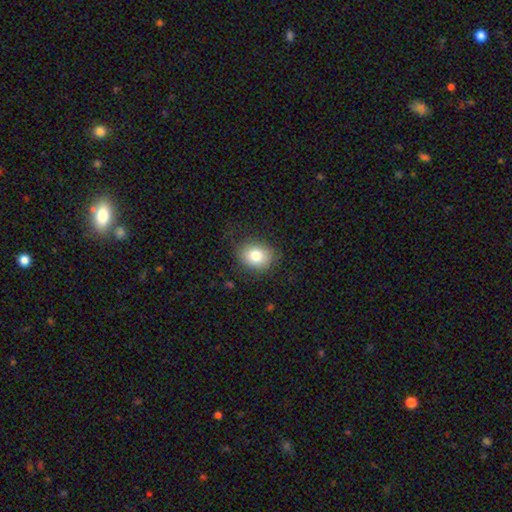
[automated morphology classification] A smooth galaxy with no disk features (79%) that is round (53%).

Vote fractions:
- Smooth or featured? smooth: 79% / featured or disk: 11% / star or artifact: 10%
- How rounded? round: 53% / in between: 46% / cigar-shaped: 1%
- Merging? none: 78% / minor disturbance: 15% / major disturbance: 5% / merger: 1%